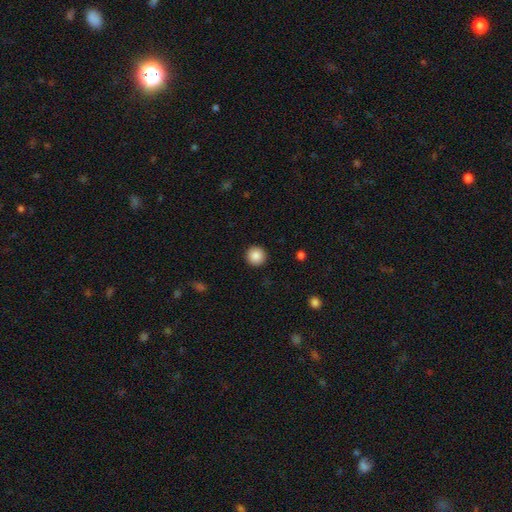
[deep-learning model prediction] Q: Smooth or featured?
A: smooth (88%); runner-up: star or artifact (9%)
Q: How rounded?
A: round (96%); runner-up: in between (3%)
Q: Merging?
A: none (93%); runner-up: minor disturbance (4%)